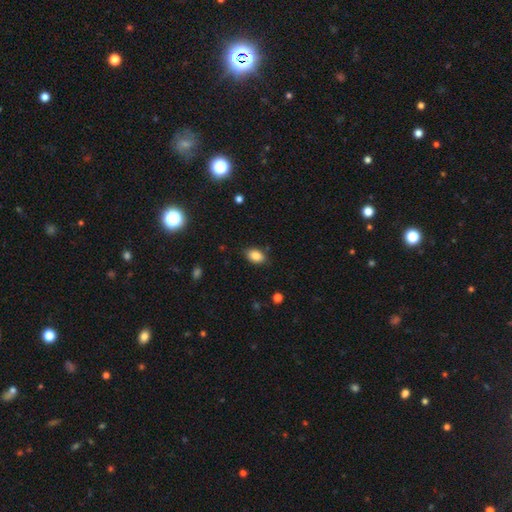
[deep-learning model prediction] A smooth galaxy with no disk features (85%) that is in between round and cigar-shaped (86%). Merging: none (84%).